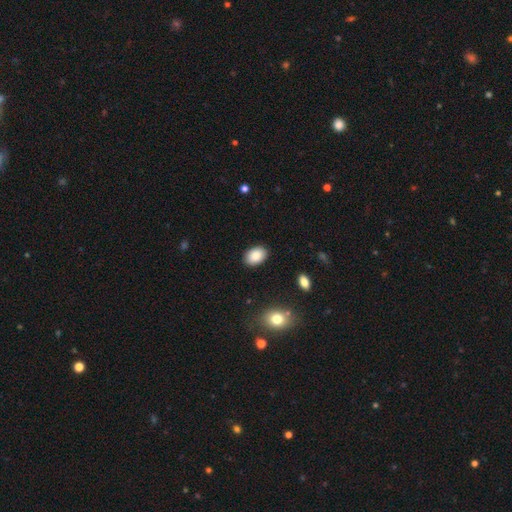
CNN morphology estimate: Q: Smooth or featured?
A: smooth (87%); runner-up: star or artifact (7%)
Q: How rounded?
A: in between (86%); runner-up: round (12%)
Q: Merging?
A: none (88%); runner-up: minor disturbance (8%)